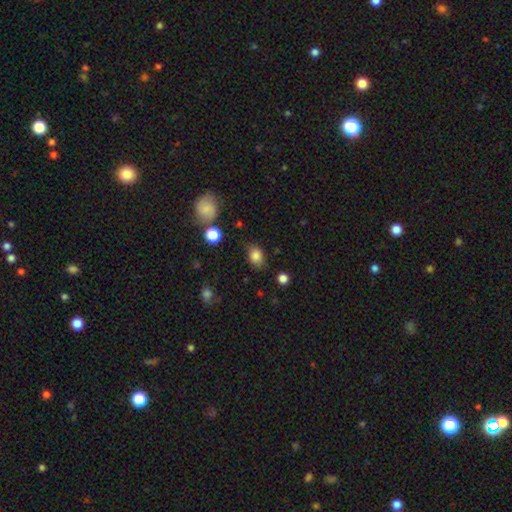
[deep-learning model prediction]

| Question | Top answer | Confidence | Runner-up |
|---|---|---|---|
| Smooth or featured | smooth | 83% | star or artifact (11%) |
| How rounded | in between | 67% | round (32%) |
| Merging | none | 78% | minor disturbance (16%) |